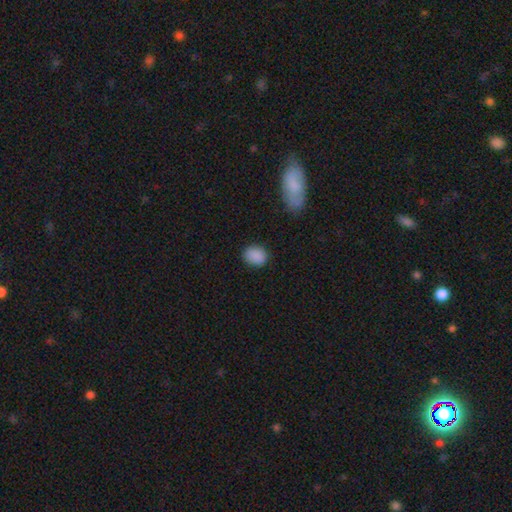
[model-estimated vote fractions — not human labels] smooth-or-featured: smooth: 88% | star or artifact: 9% | featured or disk: 3%
  how-rounded: round: 50% | in between: 49% | cigar-shaped: 1%
  merging: none: 84% | minor disturbance: 11% | major disturbance: 3% | merger: 1%